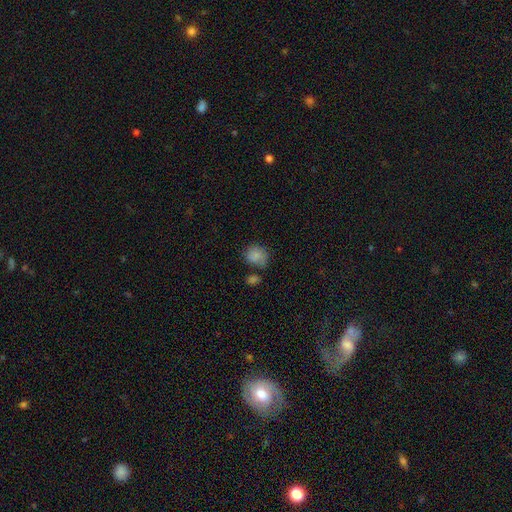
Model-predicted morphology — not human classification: This appears to be a smooth galaxy with no disk features (82%) that is round (67%). Merging: none (53%).